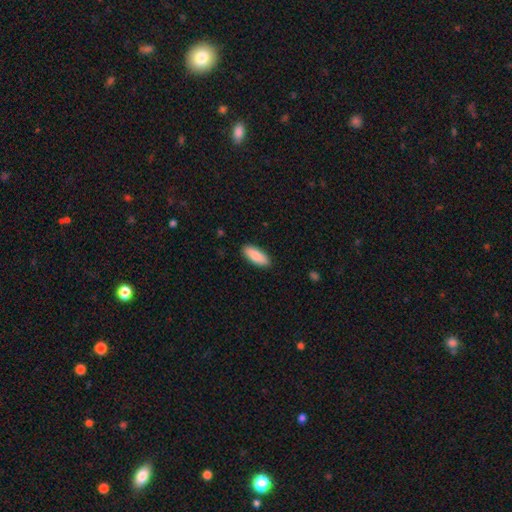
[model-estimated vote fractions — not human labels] Smooth or featured? Predicted: smooth (p=0.87). How rounded? Predicted: in between (p=0.77). Merging? Predicted: none (p=0.89).